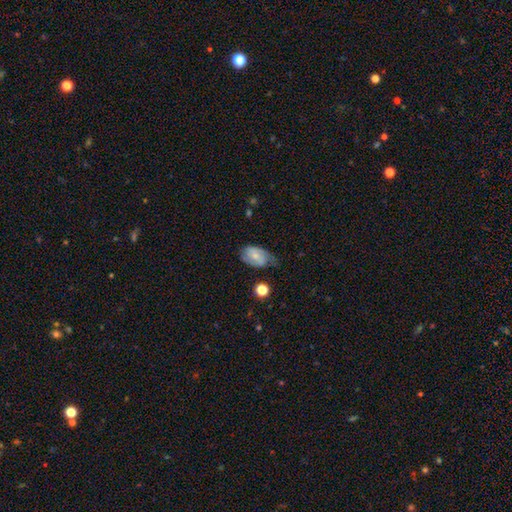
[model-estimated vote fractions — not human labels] Smooth or featured: smooth — 49% (featured or disk — 43%)
Merging: none — 53% (minor disturbance — 33%)